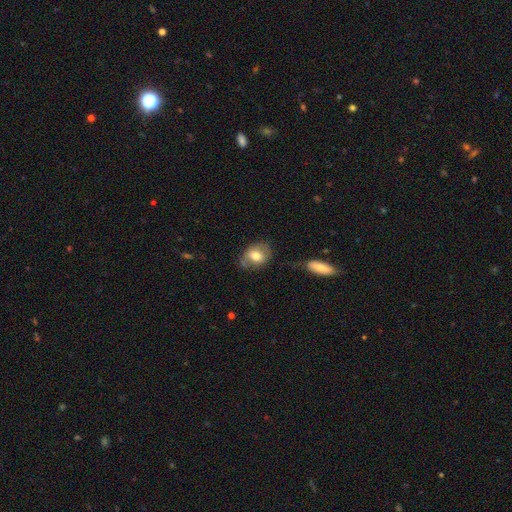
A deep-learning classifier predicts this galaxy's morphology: type=smooth (67%); roundness=in between (54%); merging=none (57%).